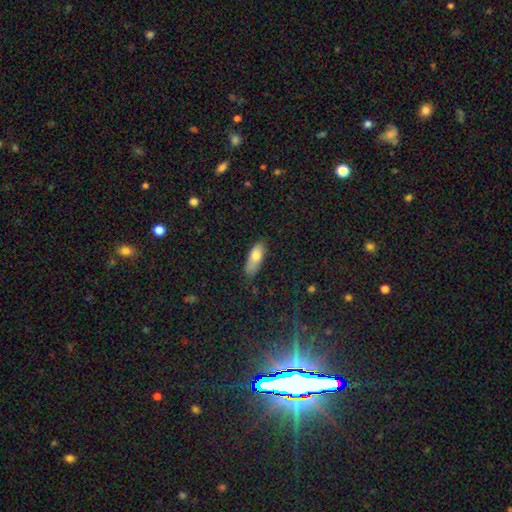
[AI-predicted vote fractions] Overall: smooth (76%). How rounded: in between (70%). Merging: none (73%).